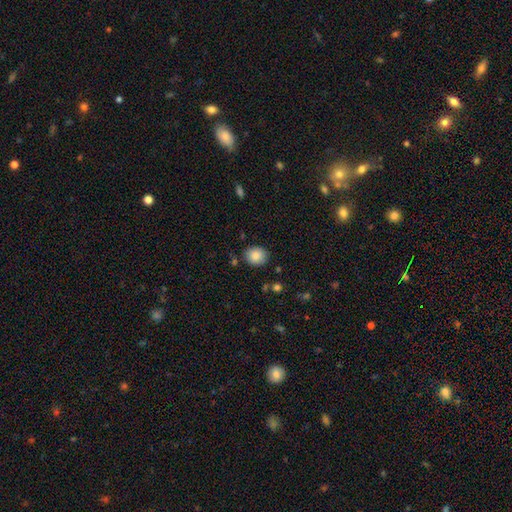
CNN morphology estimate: Smooth or featured? smooth (85%)
How rounded? round (62%)
Merging? none (83%)